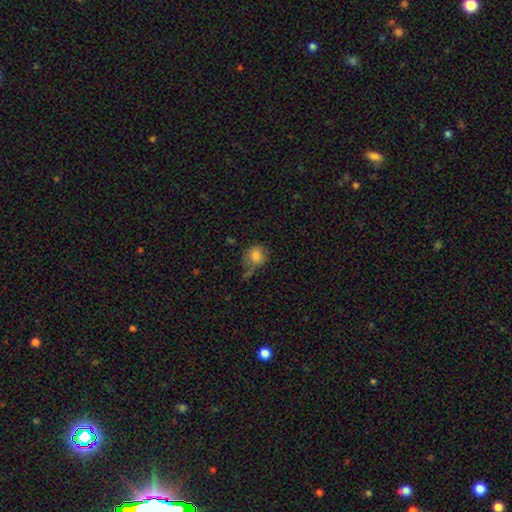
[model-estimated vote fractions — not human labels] smooth_or_featured: smooth (p=0.81) [alt: featured or disk p=0.10]
how_rounded: round (p=0.76) [alt: in between p=0.23]
merging: none (p=0.52) [alt: minor disturbance p=0.26]